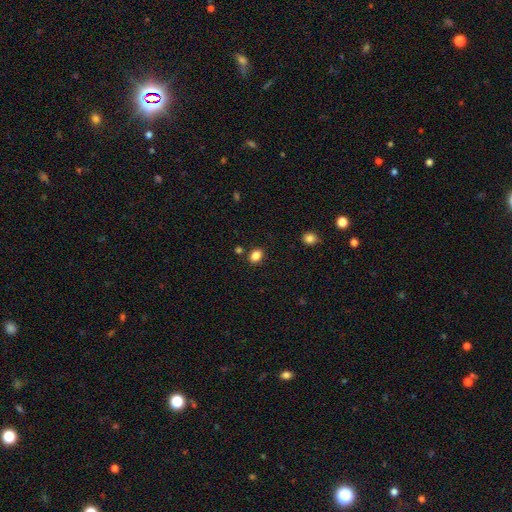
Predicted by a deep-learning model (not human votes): smooth_or_featured: smooth (p=0.85) [alt: star or artifact p=0.10]
how_rounded: in between (p=0.62) [alt: round p=0.37]
merging: none (p=0.85) [alt: minor disturbance p=0.09]